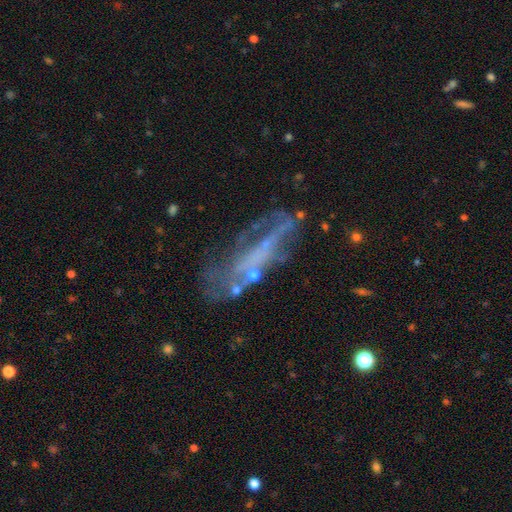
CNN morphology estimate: Overall: featured or disk (63%). Edge-on disk: no (69%; yes 31%). Merging: none (43%; major disturbance 27%).